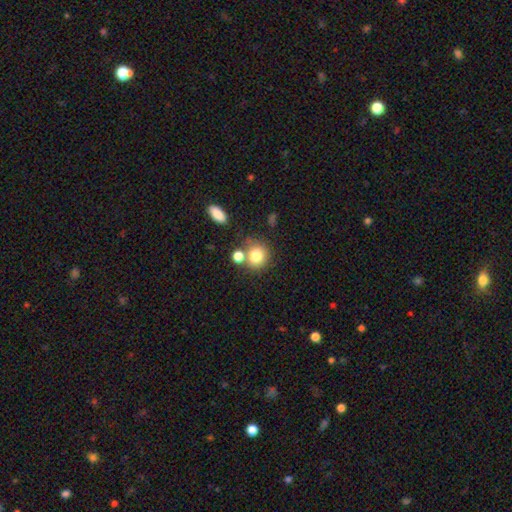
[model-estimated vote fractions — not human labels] Smooth or featured?
  - smooth: 79% *
  - star or artifact: 11%
  - featured or disk: 10%
How rounded?
  - round: 81% *
  - in between: 18%
  - cigar-shaped: 1%
Merging?
  - none: 61% *
  - merger: 23%
  - minor disturbance: 11%
  - major disturbance: 4%